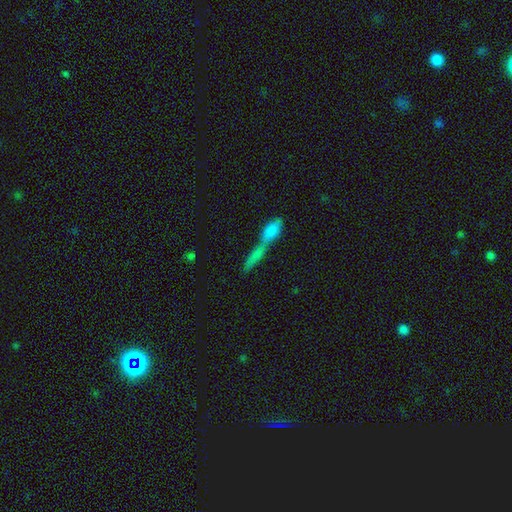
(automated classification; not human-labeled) Smooth or featured? smooth (65%)
How rounded? cigar-shaped (66%)
Merging? merger (68%)